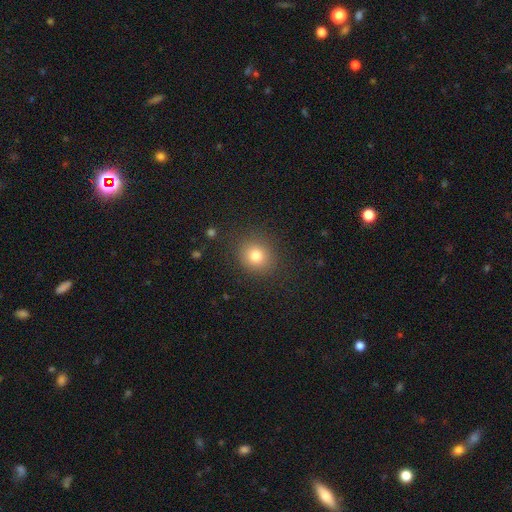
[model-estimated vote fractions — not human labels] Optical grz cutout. It shows a smooth galaxy with no disk features (79%) that is round (79%). Merging: none (86%).